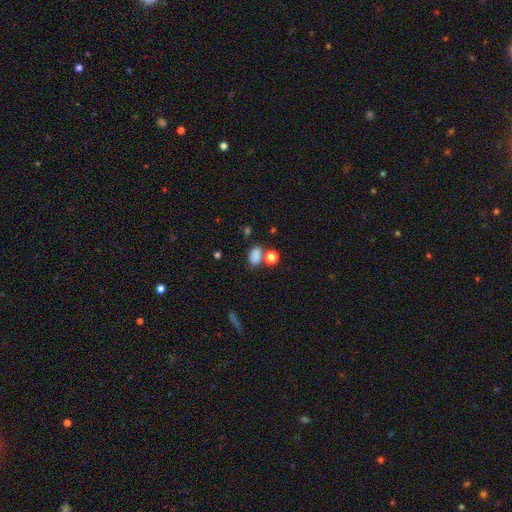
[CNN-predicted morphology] The model was most divided on "merging": none: 54%, merger: 27%, minor disturbance: 13%, major disturbance: 6%. More confident: smooth or featured — smooth (83%); how rounded — in between (79%).